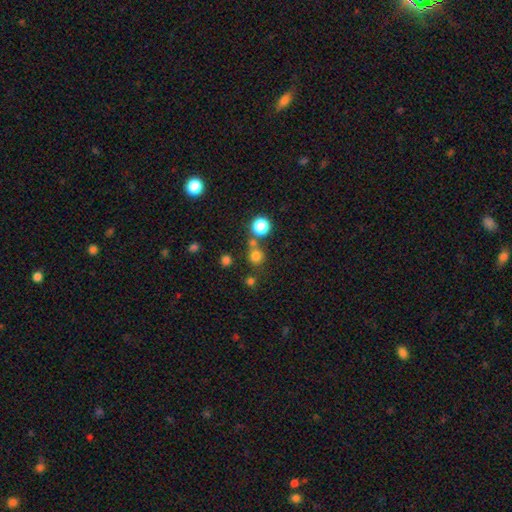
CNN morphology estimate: This is likely a smooth galaxy (75%). How rounded: clearly round (91%). Merging: likely none (69%).